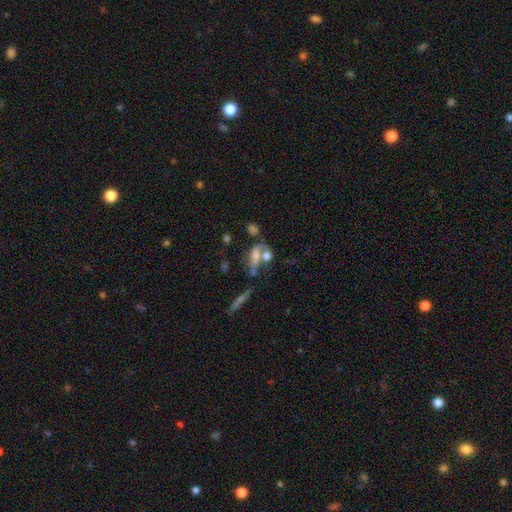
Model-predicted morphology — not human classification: Smooth or featured? Predicted: smooth (p=0.43). Merging? Predicted: merger (p=0.37).